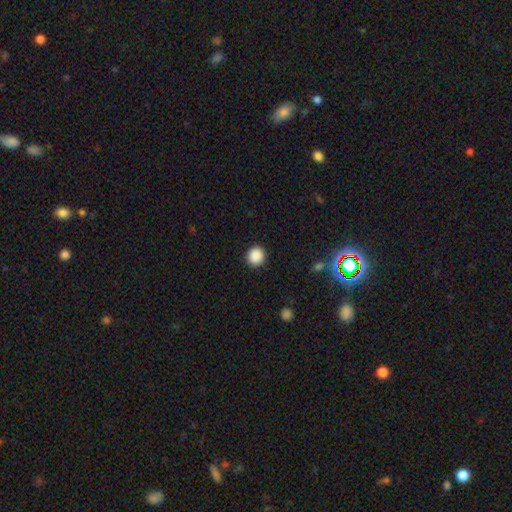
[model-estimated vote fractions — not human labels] Overall: smooth (89%). How rounded: round (93%). Merging: none (91%).